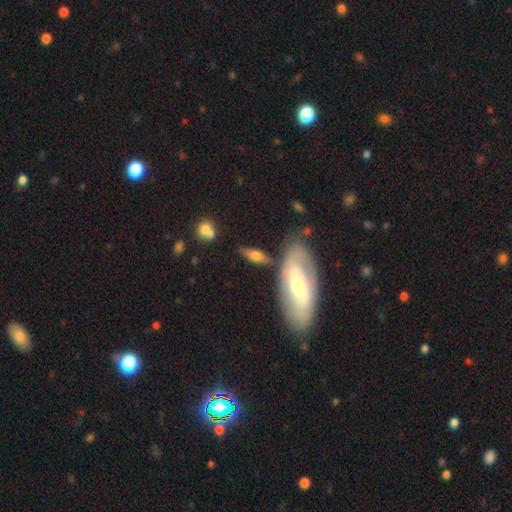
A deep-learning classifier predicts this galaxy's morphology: Smooth or featured? Predicted: smooth (p=0.48). Merging? Predicted: none (p=0.64).